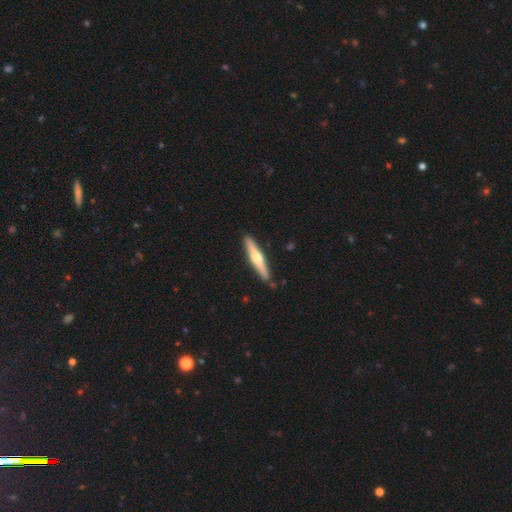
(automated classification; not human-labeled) Overall: featured or disk (61%; smooth 34%). Edge-on disk: yes (97%). Edge-on bulge: rounded (91%). Merging: none (88%).